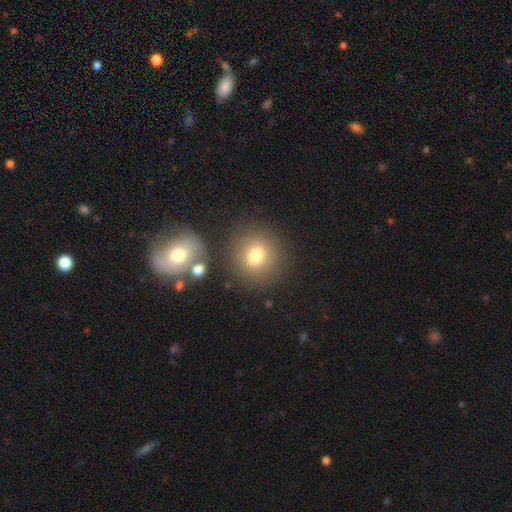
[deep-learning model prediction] Overall: smooth (76%). How rounded: round (84%). Merging: none (79%).